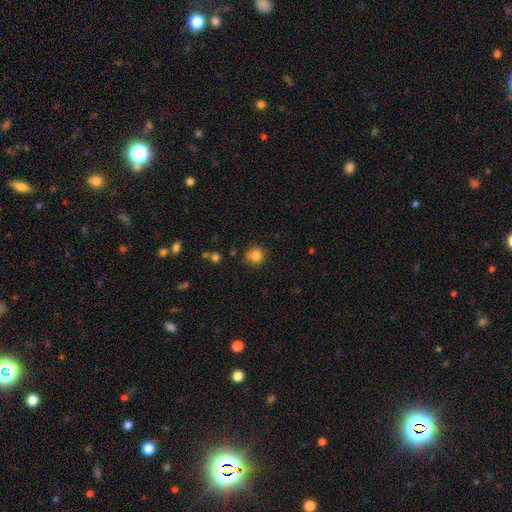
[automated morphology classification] Smooth or featured?
  - smooth: 83% *
  - star or artifact: 11%
  - featured or disk: 6%
How rounded?
  - round: 90% *
  - in between: 9%
  - cigar-shaped: 1%
Merging?
  - none: 81% *
  - minor disturbance: 13%
  - merger: 4%
  - major disturbance: 3%